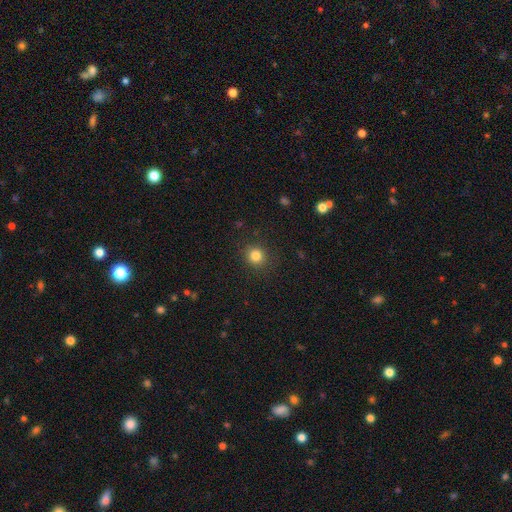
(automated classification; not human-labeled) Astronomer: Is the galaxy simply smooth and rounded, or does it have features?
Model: smooth — 83%.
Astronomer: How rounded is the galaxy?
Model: round — 89%.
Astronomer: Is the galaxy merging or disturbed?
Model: none — 89%.